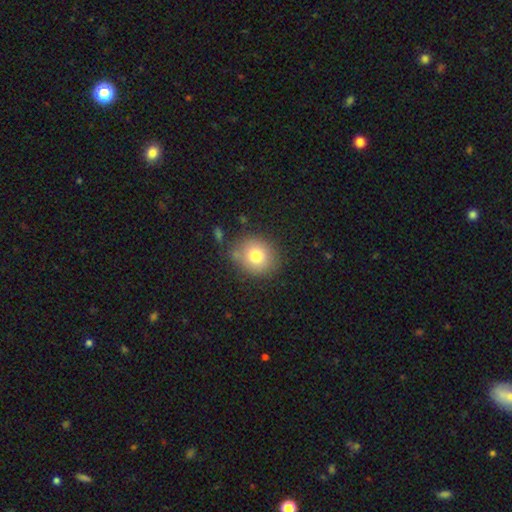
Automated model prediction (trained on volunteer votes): A smooth galaxy with no disk features (78%) that is round (71%).

Vote fractions:
- Smooth or featured? smooth: 78% / featured or disk: 12% / star or artifact: 10%
- How rounded? round: 71% / in between: 28% / cigar-shaped: 1%
- Merging? none: 76% / minor disturbance: 15% / merger: 5% / major disturbance: 4%